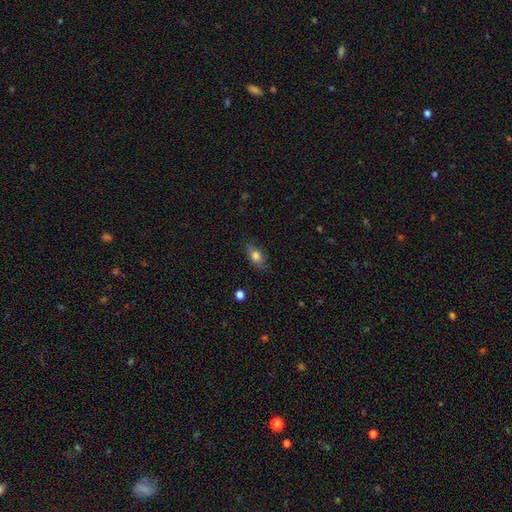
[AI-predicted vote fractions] smooth 79%, featured or disk 13%, star or artifact 9%. Down the decision tree: how rounded — in between (82%); merging — none (80%).